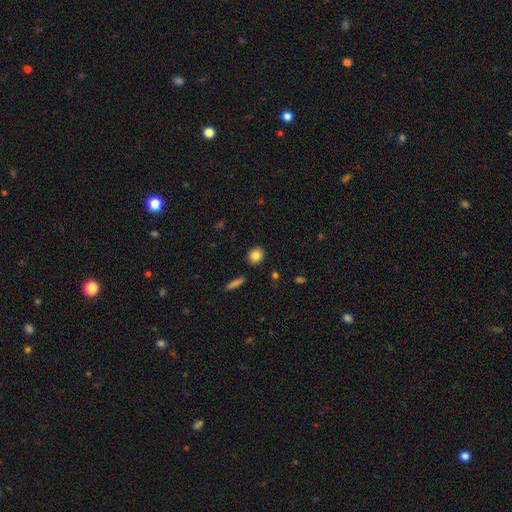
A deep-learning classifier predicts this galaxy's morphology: This appears to be a smooth galaxy with no disk features (84%) that is round (67%). Merging: none (89%).